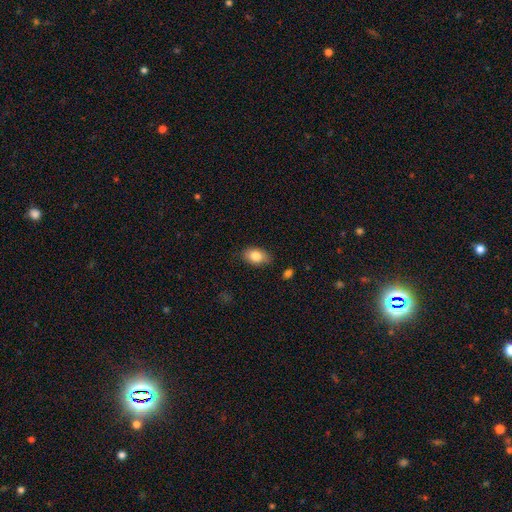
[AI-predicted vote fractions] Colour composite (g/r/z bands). It shows a smooth galaxy with no disk features (83%) that is in between round and cigar-shaped (87%). Merging: none (82%).